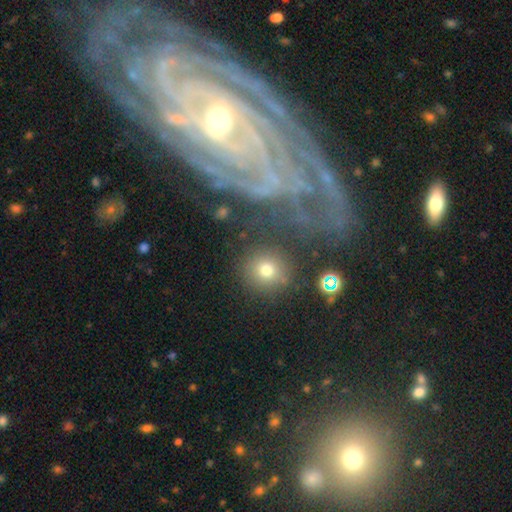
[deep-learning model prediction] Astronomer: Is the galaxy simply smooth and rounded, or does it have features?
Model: smooth — 52% (runner-up: featured or disk, 35%).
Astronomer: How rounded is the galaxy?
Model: round — 87%.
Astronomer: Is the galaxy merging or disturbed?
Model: none — 83%.